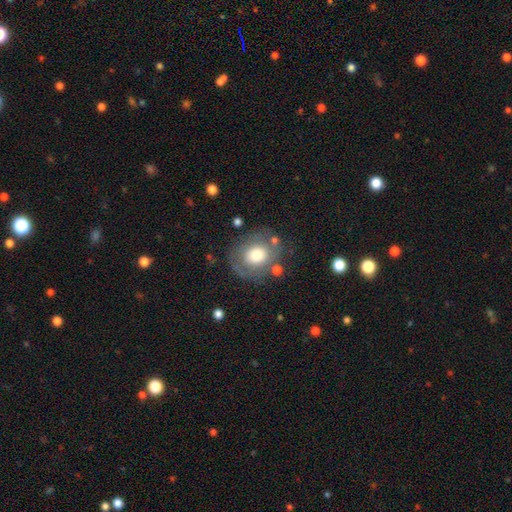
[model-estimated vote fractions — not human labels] This is likely a smooth galaxy (61%). How rounded: likely round (68%). Merging: likely none (71%).